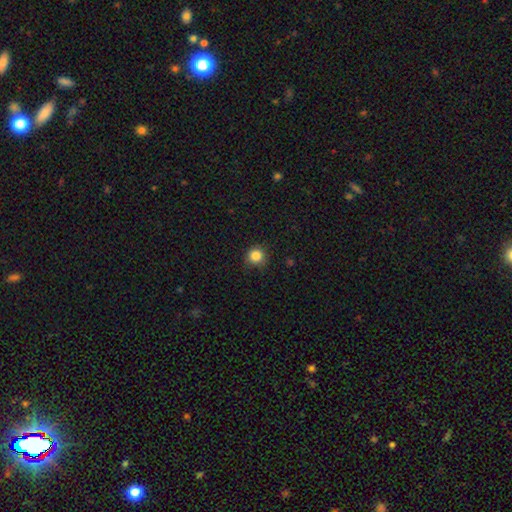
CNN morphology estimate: smooth_or_featured: smooth (p=0.85) [alt: star or artifact p=0.11]
how_rounded: round (p=0.93) [alt: in between p=0.06]
merging: none (p=0.85) [alt: minor disturbance p=0.11]